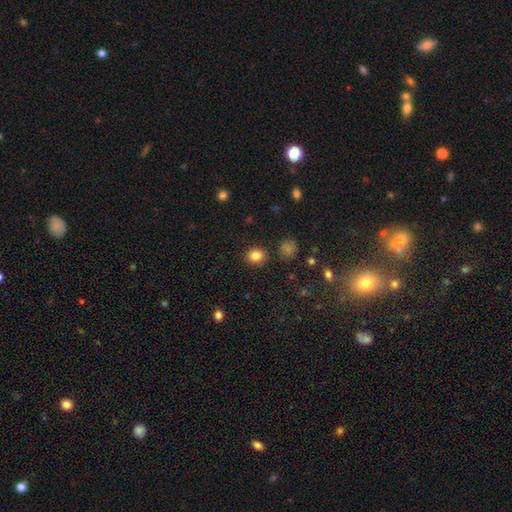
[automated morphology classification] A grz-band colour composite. It shows a smooth galaxy with no disk features (84%) that is round (76%). Merging: none (88%).